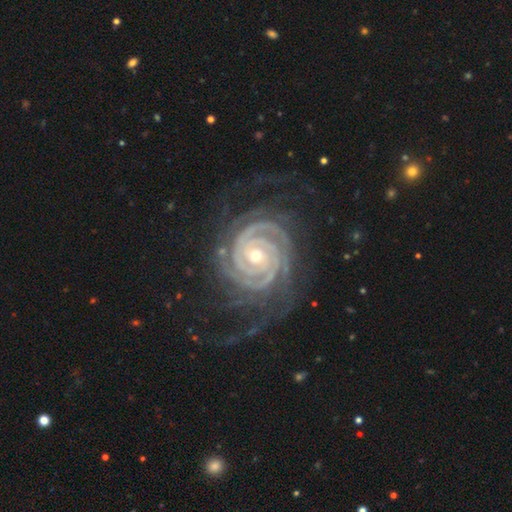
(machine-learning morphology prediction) A featured or disk galaxy (94%) with no bar (58%), 2 (34%) tight (88%) spiral arms (99%) and a small central bulge (52%).

Vote fractions:
- Smooth or featured? featured or disk: 94% / star or artifact: 4% / smooth: 2%
- Edge-on disk? no: 98% / yes: 2%
- Bar? no: 58% / weak: 23% / strong: 19%
- Spiral arms? yes: 99% / no: 1%
- Spiral winding? tight: 88% / medium: 10% / loose: 2%
- Spiral arm count? 2: 34% / 3: 20% / 4: 16% / can't tell: 11% / more than 4: 10% / 1: 8%
- Bulge size? small: 52% / moderate: 45% / large: 1% / none: 1% / dominant: 1%
- Merging? none: 70% / minor disturbance: 17% / major disturbance: 12% / merger: 1%